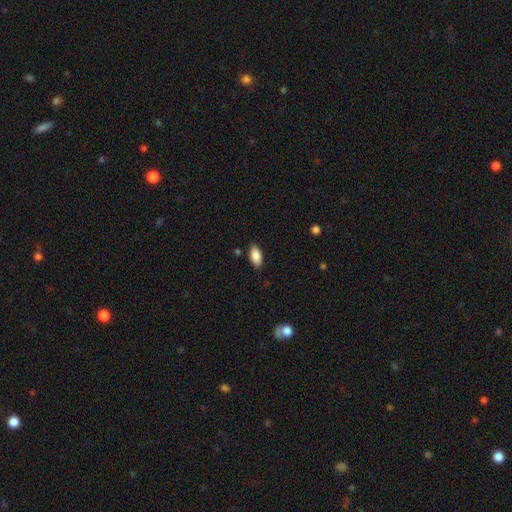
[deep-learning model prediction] This is clearly a smooth galaxy (86%). How rounded: clearly in between (91%). Merging: clearly none (85%).